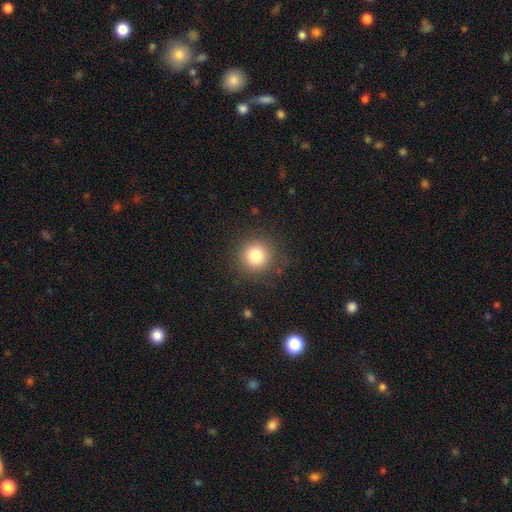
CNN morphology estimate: smooth 81%, star or artifact 12%, featured or disk 8%. Down the decision tree: how rounded — round (94%); merging — none (87%).